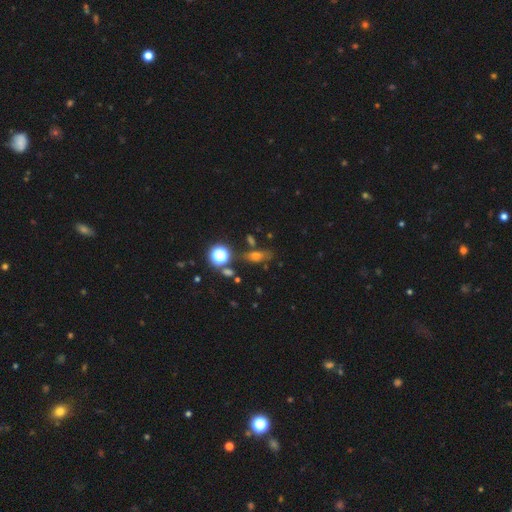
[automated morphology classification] The model was most divided on "smooth or featured": smooth: 45%, star or artifact: 35%, featured or disk: 20%. More confident: merging — none (66%).